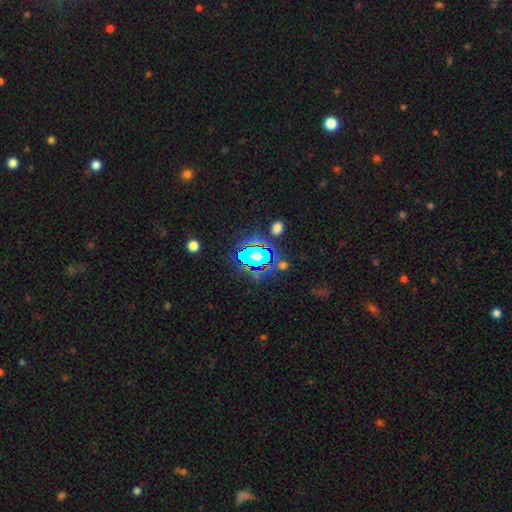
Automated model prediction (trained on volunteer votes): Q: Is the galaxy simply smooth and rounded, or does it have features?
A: star or artifact — 54%.